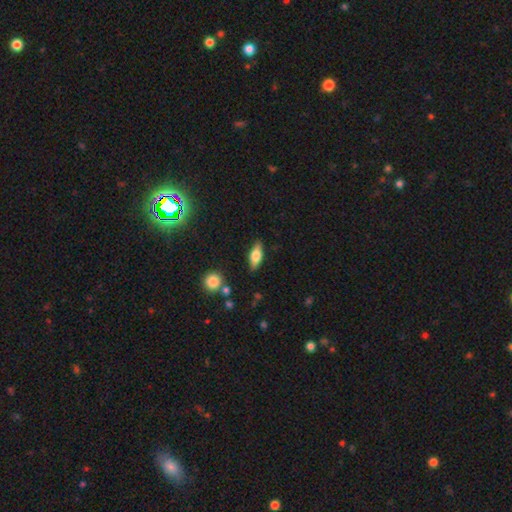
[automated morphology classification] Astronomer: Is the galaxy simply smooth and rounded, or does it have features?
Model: smooth — 65%.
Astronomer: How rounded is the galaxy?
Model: in between — 69%.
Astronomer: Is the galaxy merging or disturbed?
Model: none — 85%.